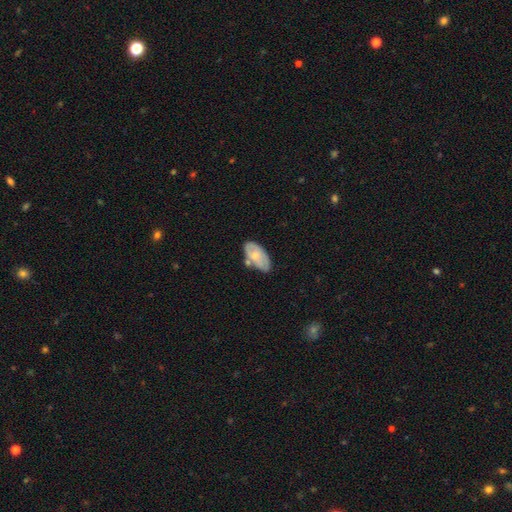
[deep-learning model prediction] smooth_or_featured: smooth (p=0.53) [alt: featured or disk p=0.41]
how_rounded: in between (p=0.93) [alt: round p=0.04]
merging: none (p=0.54) [alt: minor disturbance p=0.24]